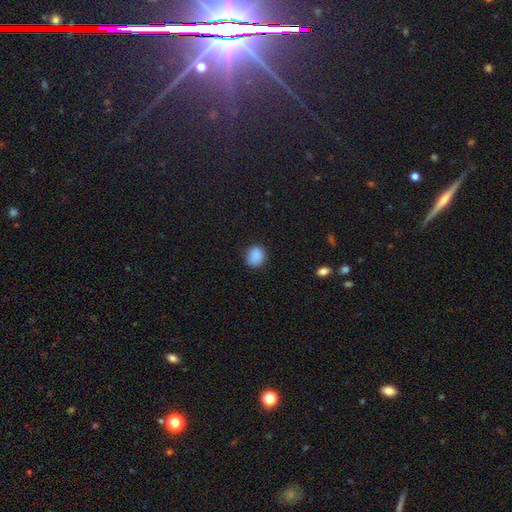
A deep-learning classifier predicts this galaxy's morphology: The model was most divided on "how rounded": round: 70%, in between: 29%, cigar-shaped: 1%. More confident: smooth or featured — smooth (88%); merging — none (84%).